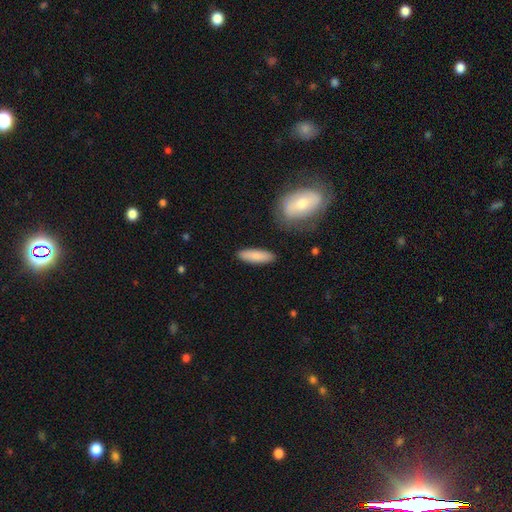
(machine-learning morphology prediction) Smooth or featured? smooth (85%)
How rounded? cigar-shaped (55%)
Merging? none (87%)